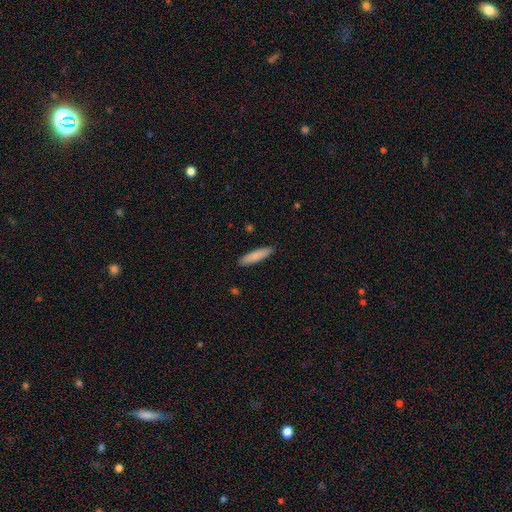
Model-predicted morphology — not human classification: Smooth or featured? Predicted: smooth (p=0.84). How rounded? Predicted: cigar-shaped (p=0.79). Merging? Predicted: none (p=0.90).